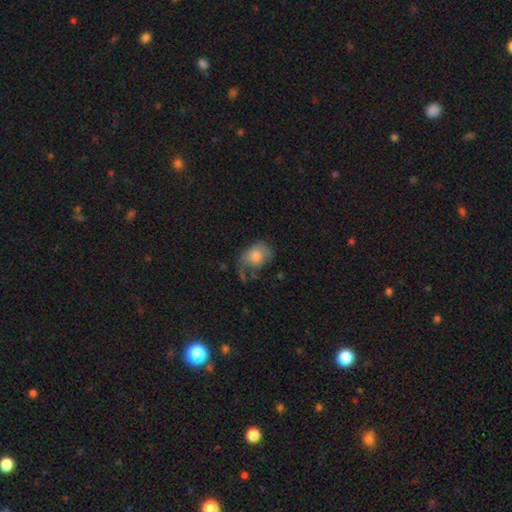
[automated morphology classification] This appears to be a smooth galaxy with no disk features (74%) that is in between round and cigar-shaped (70%). Merging: none (37%).